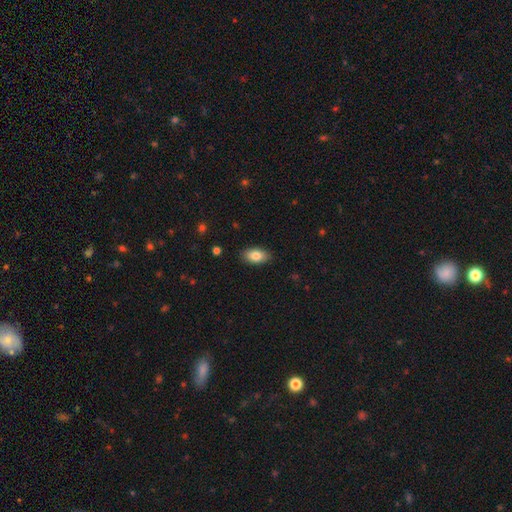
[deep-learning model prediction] Smooth or featured? smooth (83%)
How rounded? in between (92%)
Merging? none (88%)